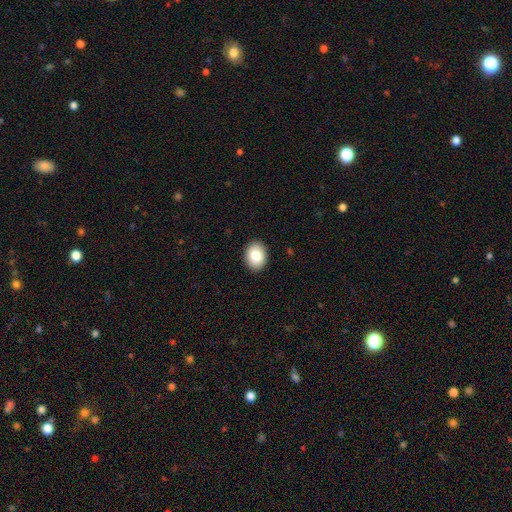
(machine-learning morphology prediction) Smooth or featured? Predicted: smooth (p=0.85). How rounded? Predicted: in between (p=0.64). Merging? Predicted: none (p=0.91).